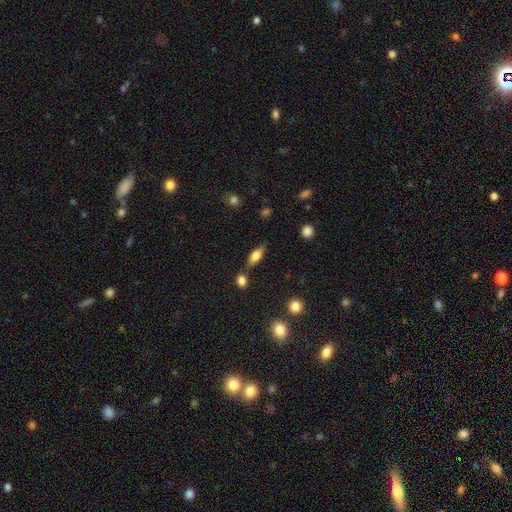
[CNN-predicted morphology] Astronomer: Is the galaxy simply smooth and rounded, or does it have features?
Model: smooth — 64%.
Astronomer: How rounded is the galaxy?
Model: in between — 72%.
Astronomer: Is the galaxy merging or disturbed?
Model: none — 72%.